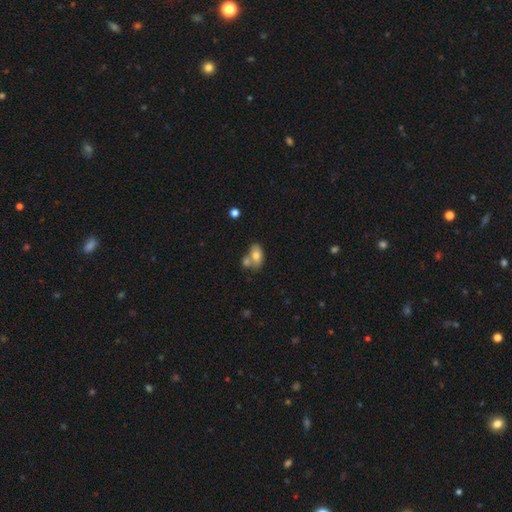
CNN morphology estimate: Smooth or featured? Predicted: smooth (p=0.74). How rounded? Predicted: in between (p=0.86). Merging? Predicted: none (p=0.42).